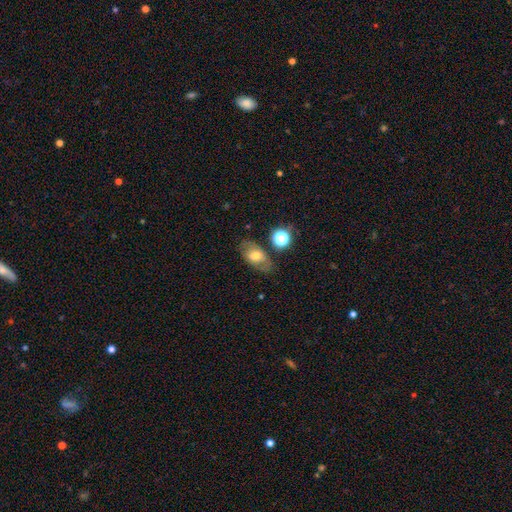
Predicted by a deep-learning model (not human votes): smooth 57%, featured or disk 32%, star or artifact 11%. Down the decision tree: how rounded — in between (84%); merging — none (71%).